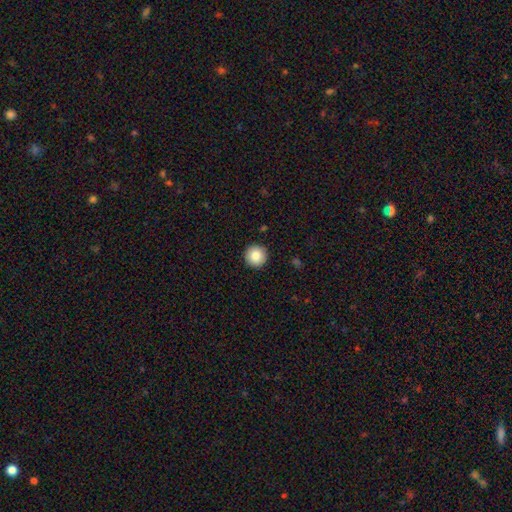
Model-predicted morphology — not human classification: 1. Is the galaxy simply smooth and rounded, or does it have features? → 84% smooth, 9% star or artifact, 7% featured or disk.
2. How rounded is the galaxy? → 96% round, 3% in between, 1% cigar-shaped.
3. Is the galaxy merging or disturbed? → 93% none, 5% minor disturbance, 2% major disturbance, 1% merger.